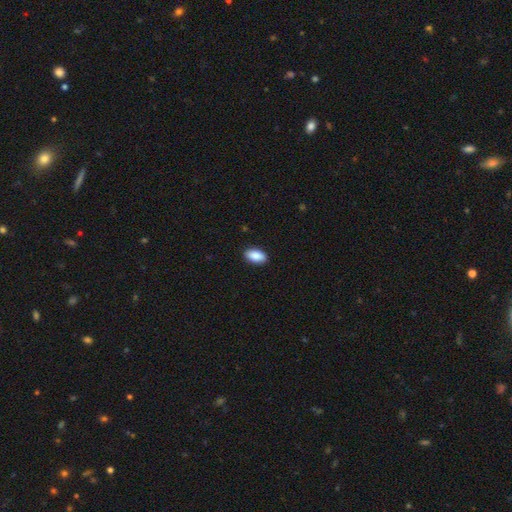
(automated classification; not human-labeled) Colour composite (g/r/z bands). It shows a smooth galaxy with no disk features (90%) that is in between round and cigar-shaped (93%). Merging: none (90%).